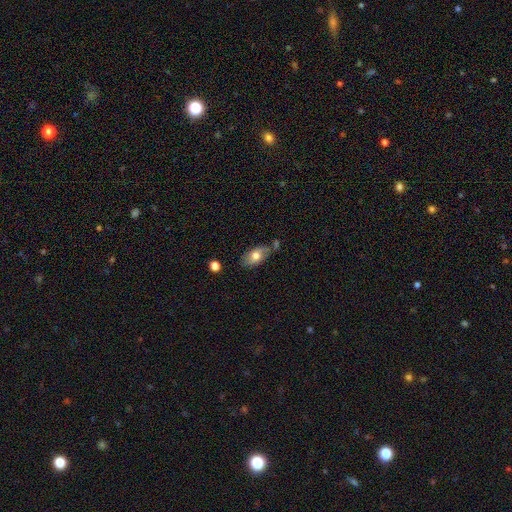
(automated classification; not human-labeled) Morphology: type=smooth (66%); roundness=in between (90%); merging=none (62%).